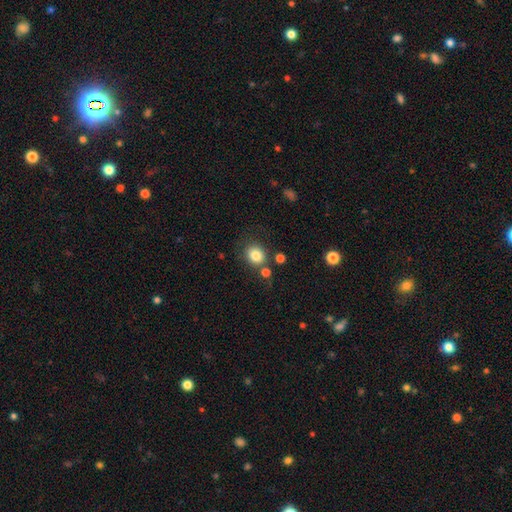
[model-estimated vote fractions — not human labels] This appears to be a smooth galaxy with no disk features (82%) that is round (70%). Merging: none (71%).